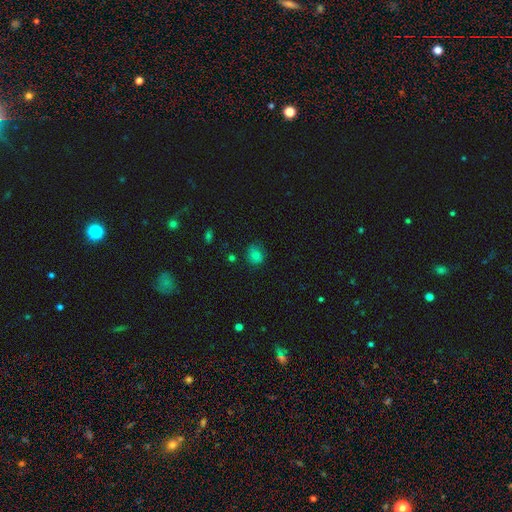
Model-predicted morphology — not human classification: Overall: smooth (78%). How rounded: round (64%; in between 35%). Merging: none (63%; minor disturbance 26%).